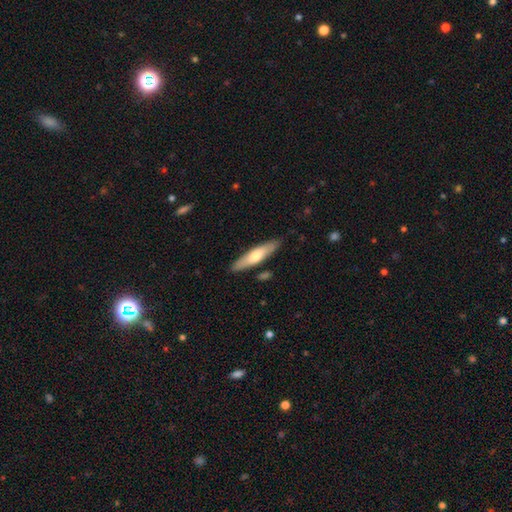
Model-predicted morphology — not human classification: Overall: smooth (61%; featured or disk 34%). How rounded: cigar-shaped (75%). Merging: none (85%).